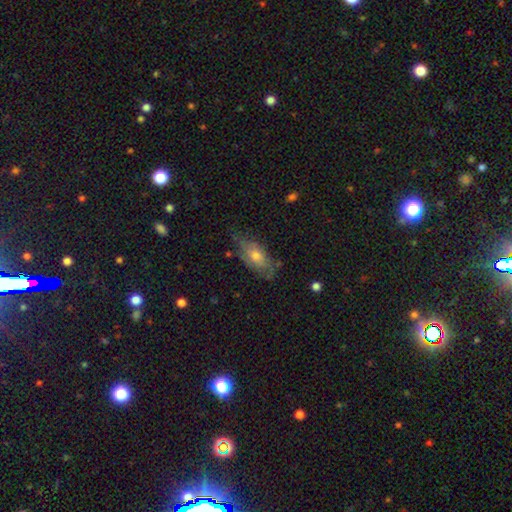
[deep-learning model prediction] A smooth galaxy with no disk features (54%) that is in between round and cigar-shaped (83%). Merging: none (61%).